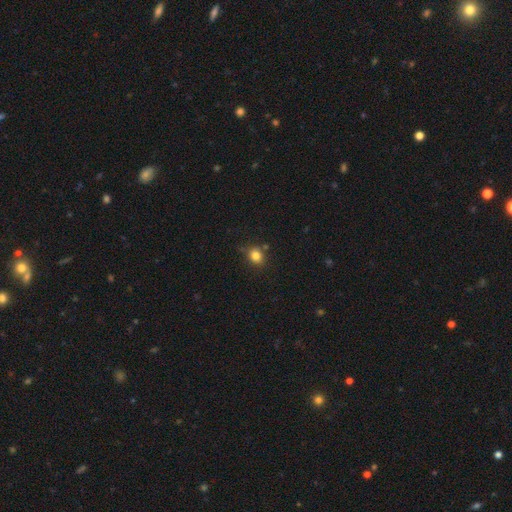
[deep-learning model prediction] Smooth or featured: smooth — 82% (star or artifact — 12%)
How rounded: round — 70% (in between — 29%)
Merging: none — 70% (minor disturbance — 20%)